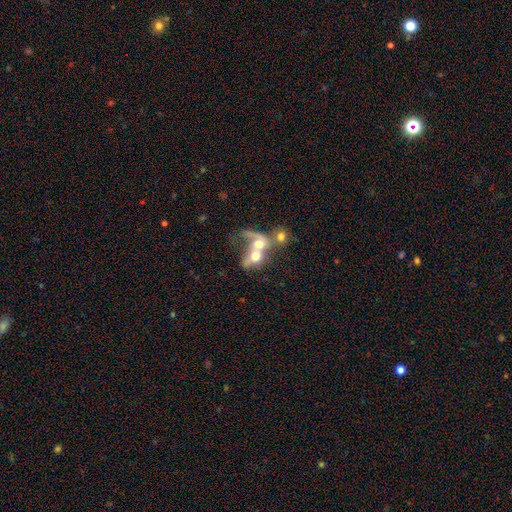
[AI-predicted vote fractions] A smooth galaxy with no disk features (49%).

Vote fractions:
- Smooth or featured? smooth: 49% / featured or disk: 40% / star or artifact: 11%
- Merging? merger: 74% / major disturbance: 12% / none: 9% / minor disturbance: 5%